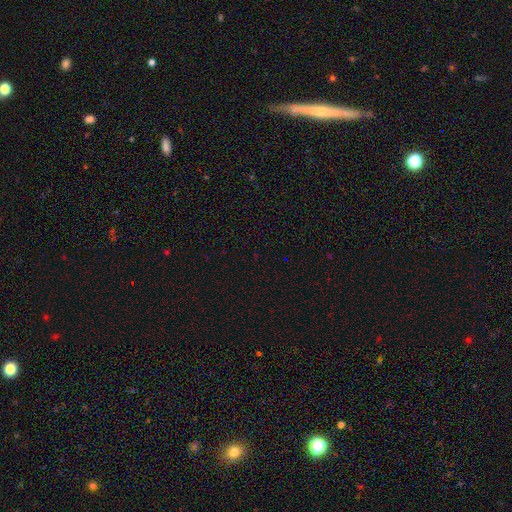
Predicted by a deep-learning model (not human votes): Smooth or featured: star or artifact — 71% (smooth — 23%)